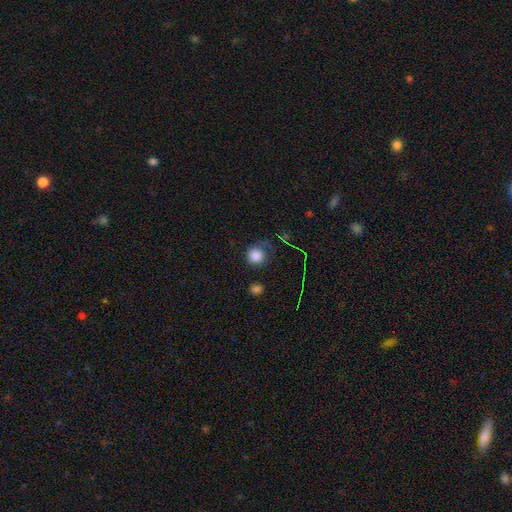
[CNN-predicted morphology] This appears to be a smooth galaxy with no disk features (80%) that is round (87%). Merging: none (55%).